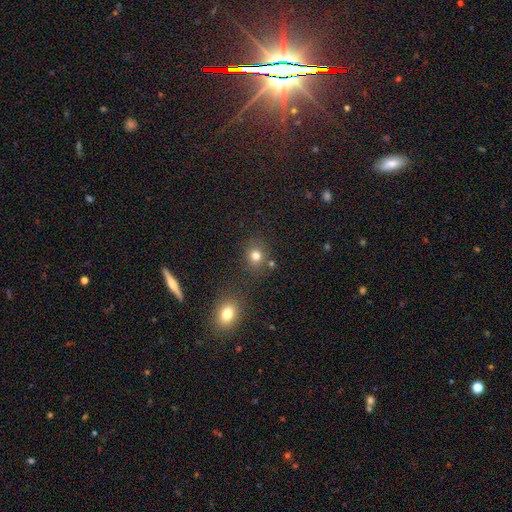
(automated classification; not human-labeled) Smooth or featured?
  - smooth: 77% *
  - star or artifact: 16%
  - featured or disk: 7%
How rounded?
  - round: 79% *
  - in between: 20%
  - cigar-shaped: 1%
Merging?
  - none: 77% *
  - minor disturbance: 10%
  - merger: 10%
  - major disturbance: 4%